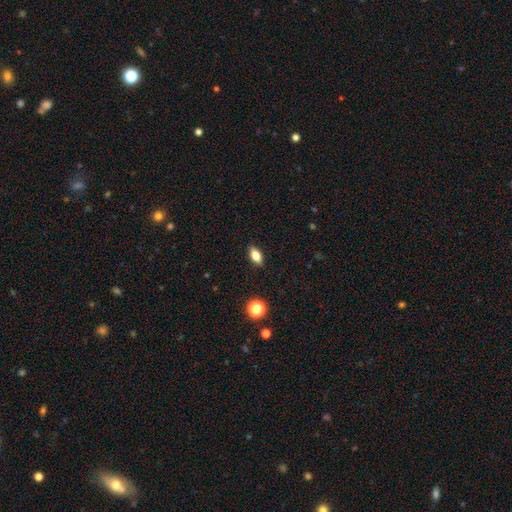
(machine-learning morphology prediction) This appears to be a smooth galaxy with no disk features (75%) that is in between round and cigar-shaped (83%). Merging: none (89%).